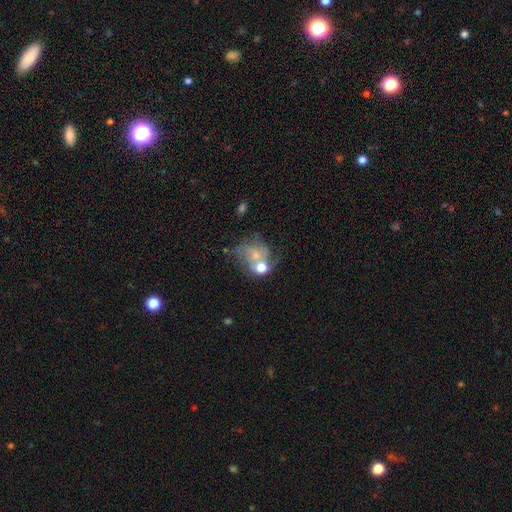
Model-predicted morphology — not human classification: Q: Smooth or featured?
A: featured or disk (49%); runner-up: smooth (39%)
Q: Merging?
A: merger (42%); runner-up: none (23%)